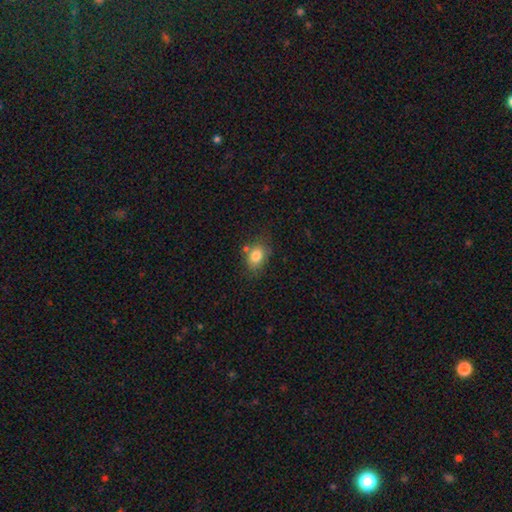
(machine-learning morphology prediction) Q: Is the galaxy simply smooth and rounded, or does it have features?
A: smooth — 81%.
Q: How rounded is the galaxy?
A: in between — 66%.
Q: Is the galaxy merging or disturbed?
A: none — 66%.